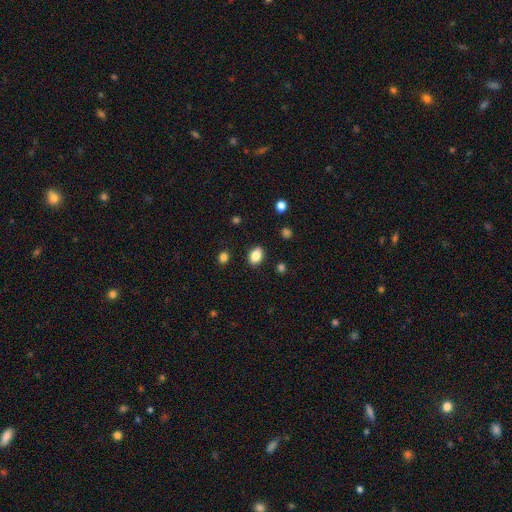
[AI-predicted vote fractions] Overall: smooth (85%). How rounded: in between (76%). Merging: none (87%).